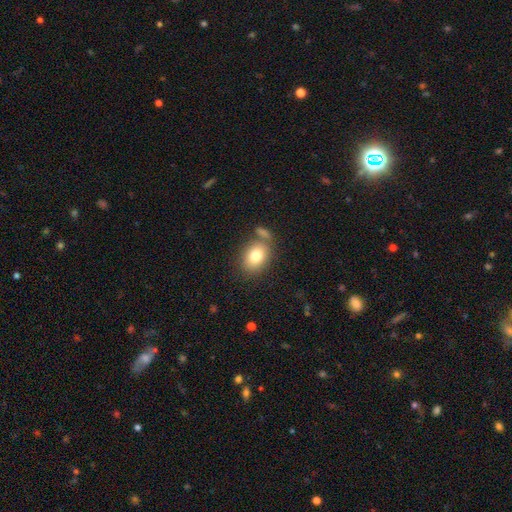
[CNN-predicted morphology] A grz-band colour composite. It shows a smooth galaxy with no disk features (79%) that is in between round and cigar-shaped (67%). Merging: none (65%).